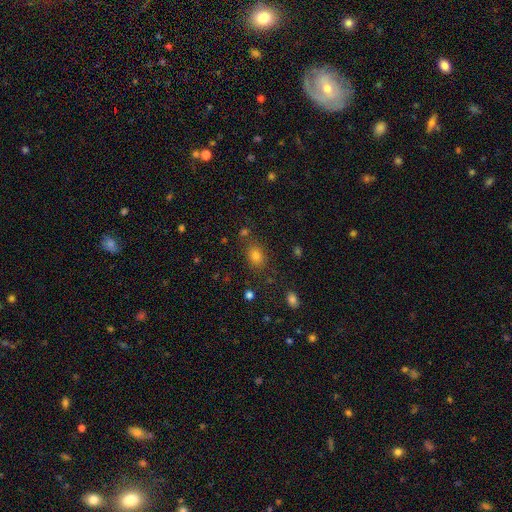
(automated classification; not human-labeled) Smooth or featured?
  - smooth: 77% *
  - star or artifact: 16%
  - featured or disk: 7%
How rounded?
  - in between: 63% *
  - round: 36%
  - cigar-shaped: 1%
Merging?
  - none: 77% *
  - minor disturbance: 13%
  - merger: 6%
  - major disturbance: 4%